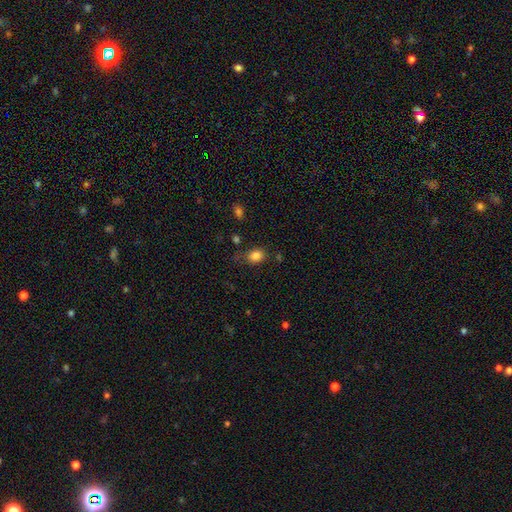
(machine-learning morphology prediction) This appears to be a smooth galaxy with no disk features (83%) that is in between round and cigar-shaped (55%). Merging: none (72%).